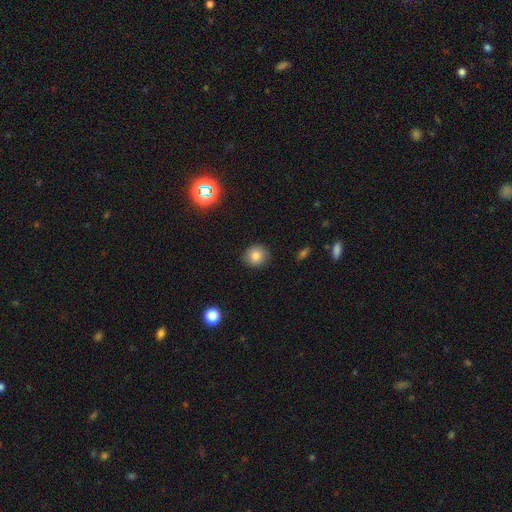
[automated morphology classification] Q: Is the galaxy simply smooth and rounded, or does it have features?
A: smooth — 83%.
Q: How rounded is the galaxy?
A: round — 89%.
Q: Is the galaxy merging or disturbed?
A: none — 88%.